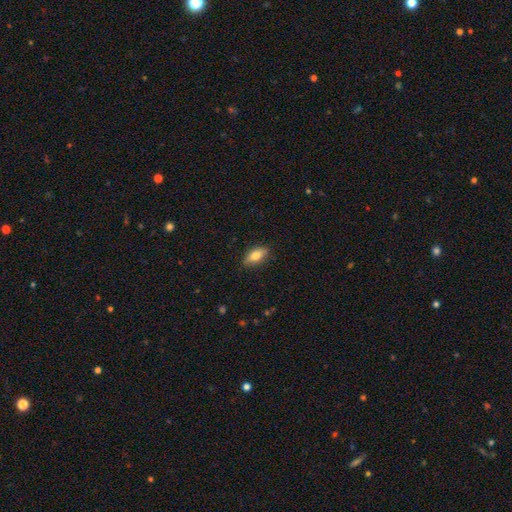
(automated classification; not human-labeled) Q: Smooth or featured?
A: smooth (67%); runner-up: featured or disk (26%)
Q: How rounded?
A: in between (80%); runner-up: cigar-shaped (15%)
Q: Merging?
A: none (83%); runner-up: minor disturbance (13%)